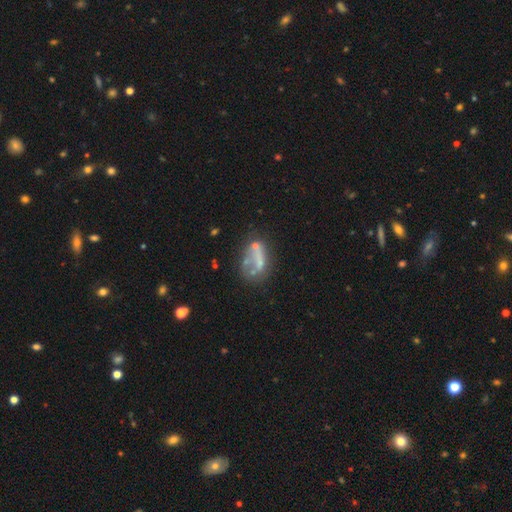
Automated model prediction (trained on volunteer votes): featured or disk 48%, smooth 35%, star or artifact 17%. Down the decision tree: merging — none (37%).